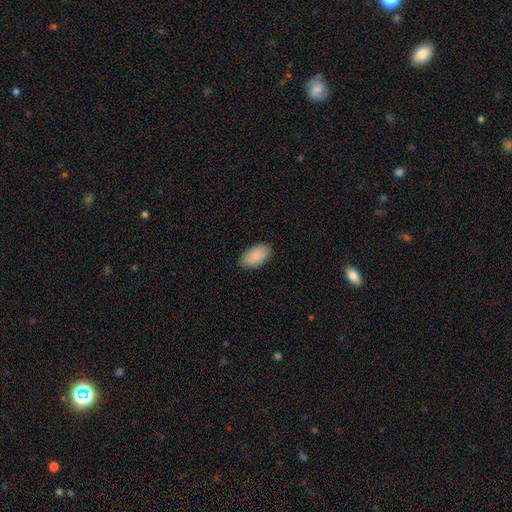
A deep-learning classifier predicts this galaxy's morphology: Smooth or featured?
  - smooth: 91% *
  - star or artifact: 6%
  - featured or disk: 3%
How rounded?
  - in between: 95% *
  - round: 3%
  - cigar-shaped: 2%
Merging?
  - none: 88% *
  - minor disturbance: 9%
  - major disturbance: 2%
  - merger: 1%